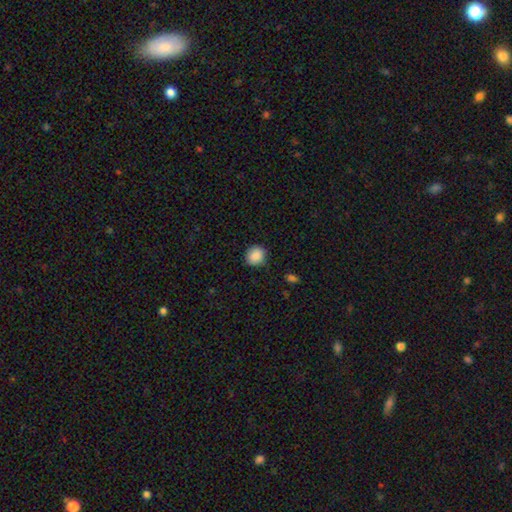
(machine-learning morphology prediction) smooth_or_featured: smooth (p=0.89) [alt: star or artifact p=0.08]
how_rounded: round (p=0.83) [alt: in between p=0.16]
merging: none (p=0.85) [alt: minor disturbance p=0.11]